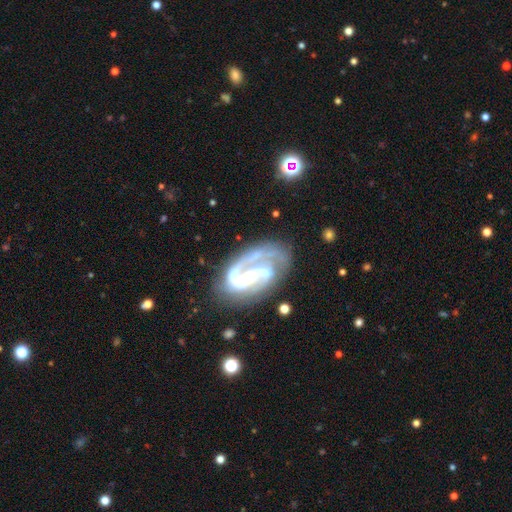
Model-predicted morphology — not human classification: The model was most divided on "bar": weak: 40%, no: 31%, strong: 29%. Remaining: edge-on disk — no (98%); spiral arms — yes (95%); smooth or featured — featured or disk (88%); spiral arm count — 2 (54%); merging — none (51%); spiral winding — medium (49%); bulge size — small (48%).